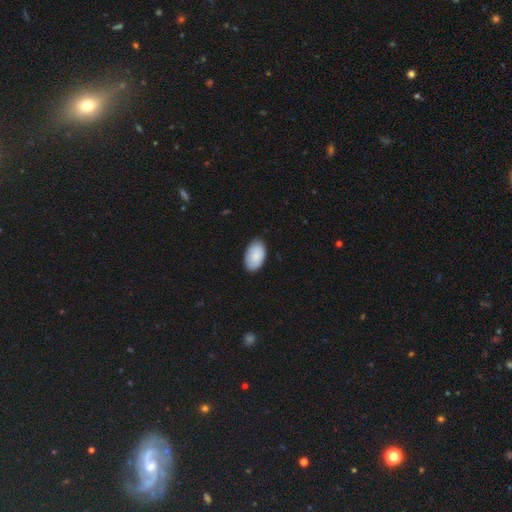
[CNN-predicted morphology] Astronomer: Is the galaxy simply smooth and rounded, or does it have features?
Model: smooth — 85%.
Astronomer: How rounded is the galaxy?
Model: in between — 94%.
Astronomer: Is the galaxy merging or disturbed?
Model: none — 84%.